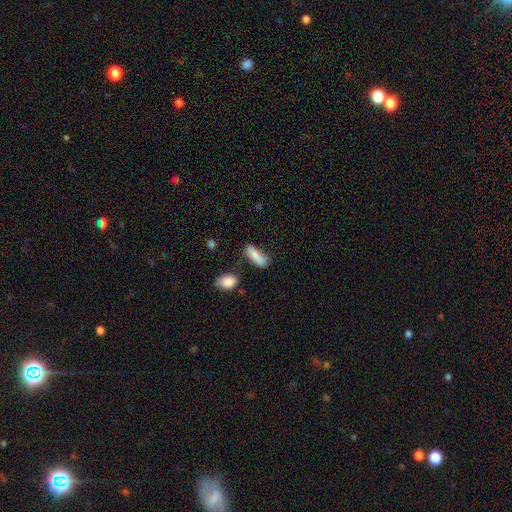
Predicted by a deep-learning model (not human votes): smooth 83%, featured or disk 10%, star or artifact 7%. Down the decision tree: how rounded — in between (62%); merging — none (65%).